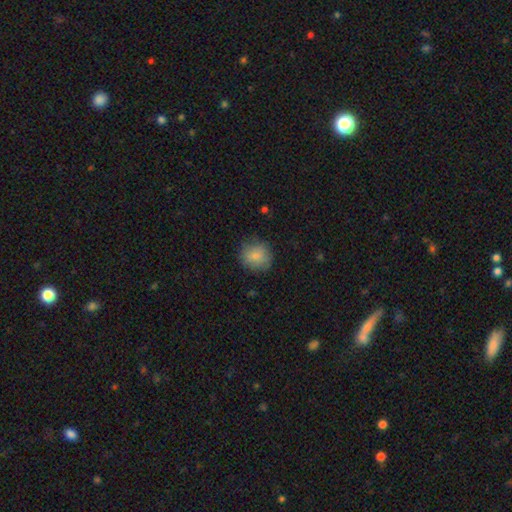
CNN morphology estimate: Smooth or featured? Predicted: smooth (p=0.82). How rounded? Predicted: round (p=0.85). Merging? Predicted: none (p=0.80).